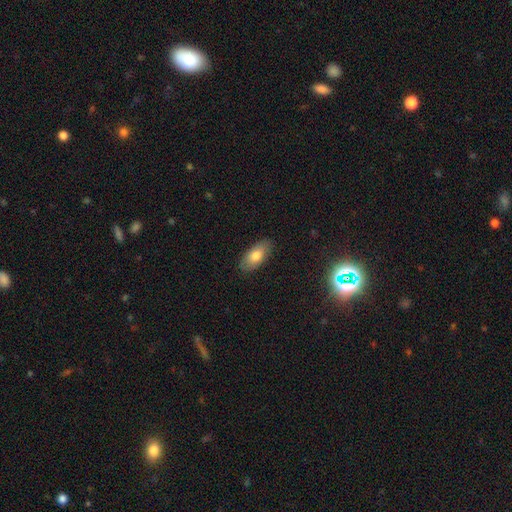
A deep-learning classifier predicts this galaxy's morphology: The model was most divided on "smooth or featured": smooth: 75%, featured or disk: 19%, star or artifact: 6%. More confident: how rounded — in between (90%); merging — none (86%).